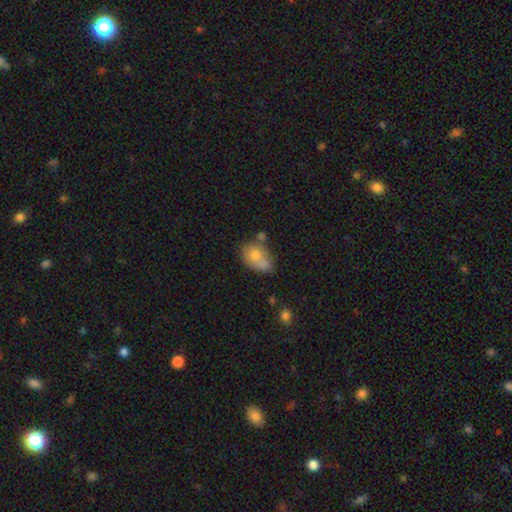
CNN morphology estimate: smooth-or-featured: smooth: 70% | featured or disk: 21% | star or artifact: 9%
  how-rounded: in between: 74% | round: 24% | cigar-shaped: 2%
  merging: none: 36% | merger: 31% | minor disturbance: 24% | major disturbance: 9%